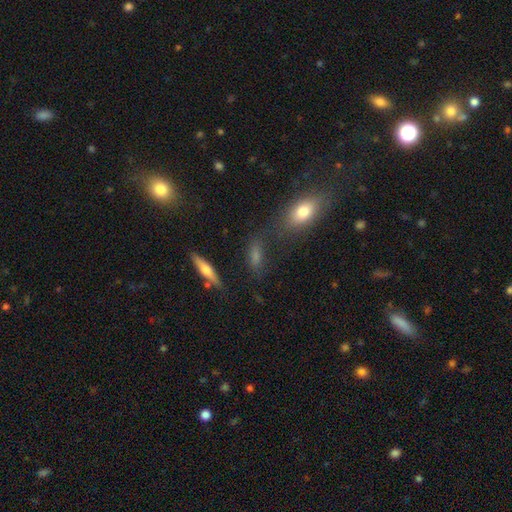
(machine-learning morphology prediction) A smooth galaxy with no disk features (54%) that is in between round and cigar-shaped (57%).

Vote fractions:
- Smooth or featured? smooth: 54% / featured or disk: 27% / star or artifact: 18%
- How rounded? in between: 57% / cigar-shaped: 32% / round: 10%
- Merging? none: 67% / minor disturbance: 17% / merger: 8% / major disturbance: 8%